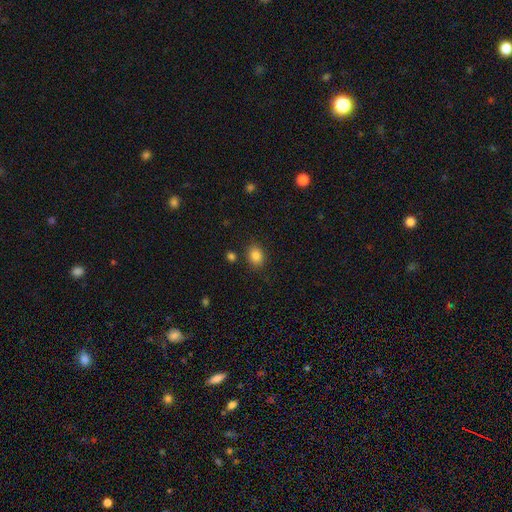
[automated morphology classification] This appears to be a smooth galaxy with no disk features (84%) that is round (53%). Merging: none (83%).